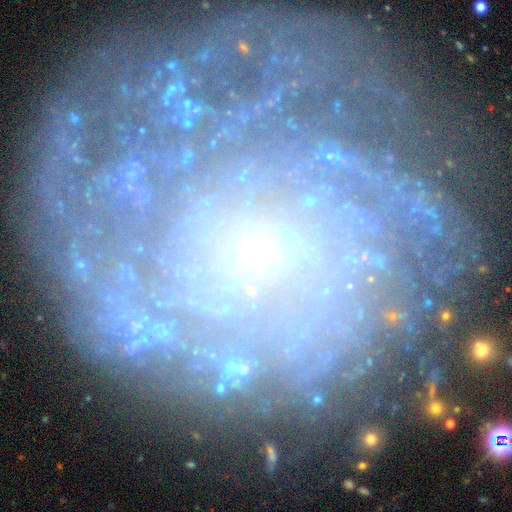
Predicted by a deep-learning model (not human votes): The model was most divided on "spiral arm count": can't tell: 38%, more than 4: 16%, 2: 15%, 4: 12%, 3: 12%, 1: 8%. More confident: edge-on disk — no (97%); spiral arms — yes (90%); smooth or featured — featured or disk (81%); bulge size — small (77%); bar — no (72%); merging — none (67%); spiral winding — tight (66%).